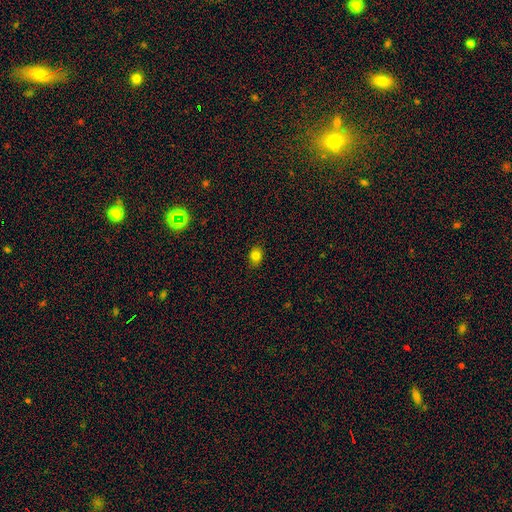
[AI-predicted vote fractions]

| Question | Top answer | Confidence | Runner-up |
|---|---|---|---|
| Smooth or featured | smooth | 81% | star or artifact (12%) |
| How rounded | in between | 60% | round (39%) |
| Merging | none | 86% | minor disturbance (11%) |